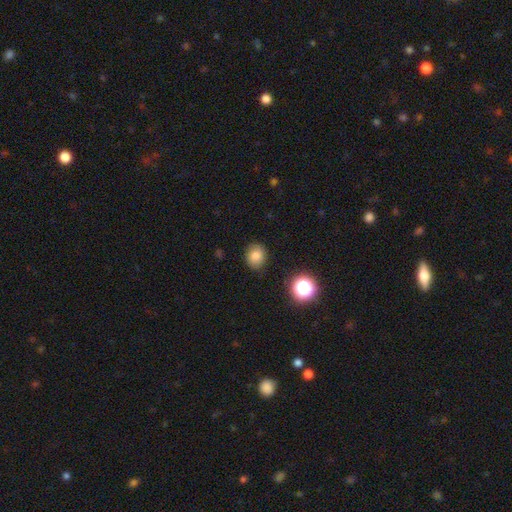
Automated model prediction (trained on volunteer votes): smooth-or-featured: smooth: 80% | star or artifact: 13% | featured or disk: 7%
  how-rounded: round: 66% | in between: 33% | cigar-shaped: 1%
  merging: none: 85% | minor disturbance: 11% | major disturbance: 3% | merger: 2%